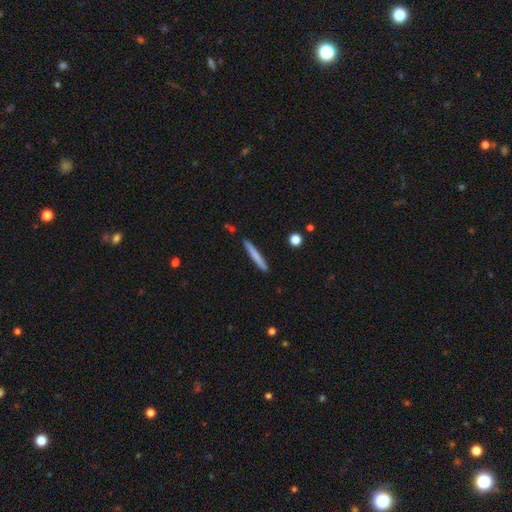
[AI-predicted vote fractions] smooth_or_featured: smooth (p=0.69) [alt: featured or disk p=0.26]
how_rounded: cigar-shaped (p=0.96) [alt: in between p=0.03]
merging: none (p=0.90) [alt: minor disturbance p=0.07]